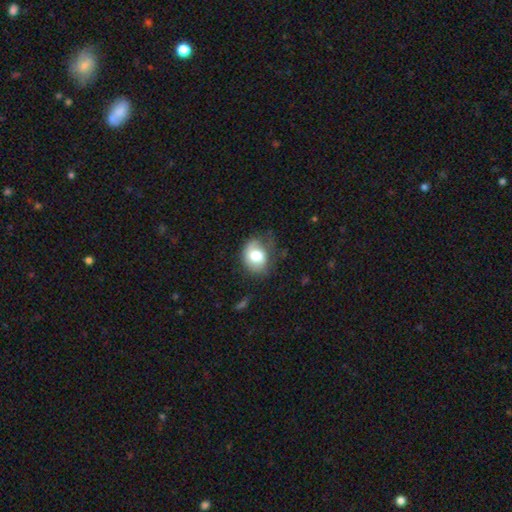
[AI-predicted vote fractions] Morphology: type=smooth (68%); roundness=in between (54%); merging=none (53%).